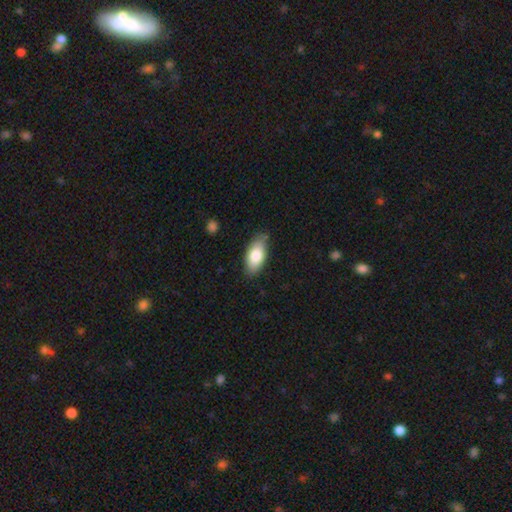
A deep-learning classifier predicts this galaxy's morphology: Q: Smooth or featured?
A: smooth (81%); runner-up: featured or disk (13%)
Q: How rounded?
A: in between (89%); runner-up: cigar-shaped (8%)
Q: Merging?
A: none (79%); runner-up: minor disturbance (16%)